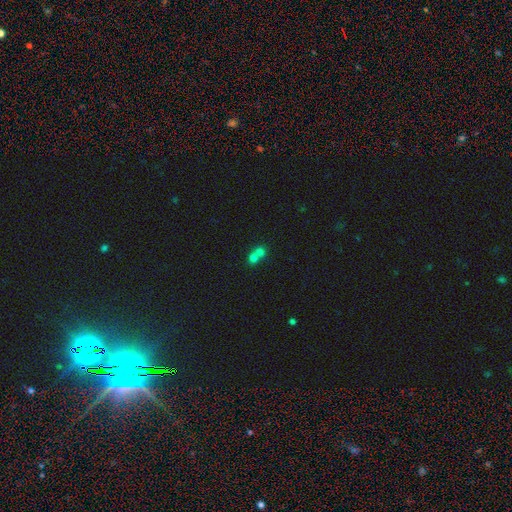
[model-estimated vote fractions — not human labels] Smooth or featured: smooth — 70% (featured or disk — 15%)
How rounded: round — 77% (in between — 22%)
Merging: merger — 67% (none — 27%)